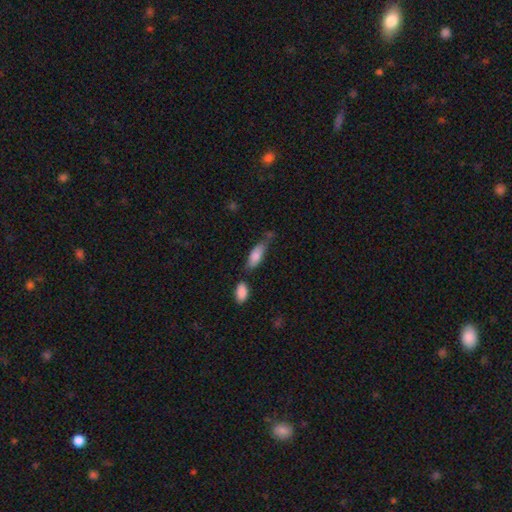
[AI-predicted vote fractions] Smooth or featured?
  - smooth: 82% *
  - featured or disk: 11%
  - star or artifact: 6%
How rounded?
  - in between: 69% *
  - cigar-shaped: 28%
  - round: 2%
Merging?
  - none: 52% *
  - minor disturbance: 25%
  - merger: 16%
  - major disturbance: 7%